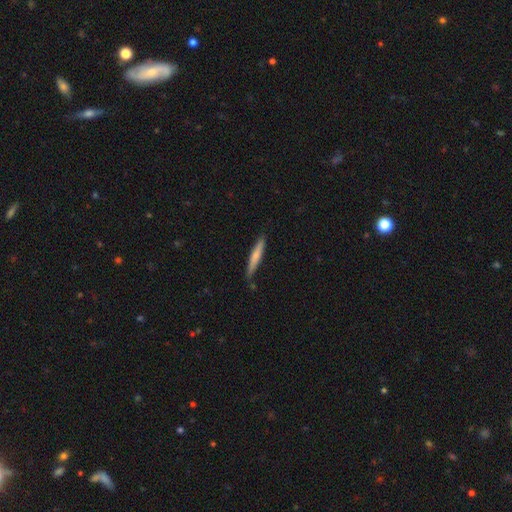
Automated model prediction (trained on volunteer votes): Overall: smooth (62%; featured or disk 33%). How rounded: cigar-shaped (94%). Merging: none (82%).